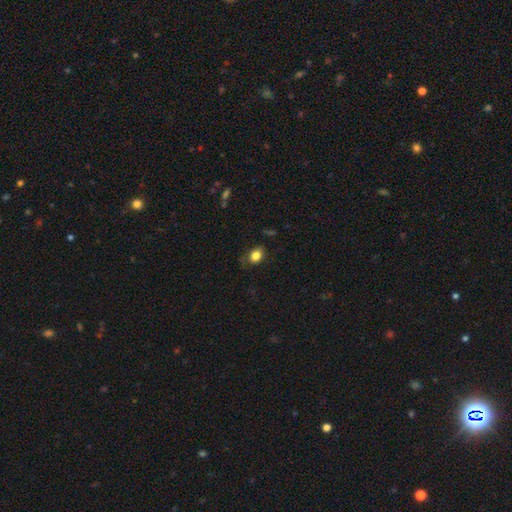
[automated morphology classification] smooth 82%, star or artifact 10%, featured or disk 8%. Down the decision tree: how rounded — in between (67%); merging — none (70%).